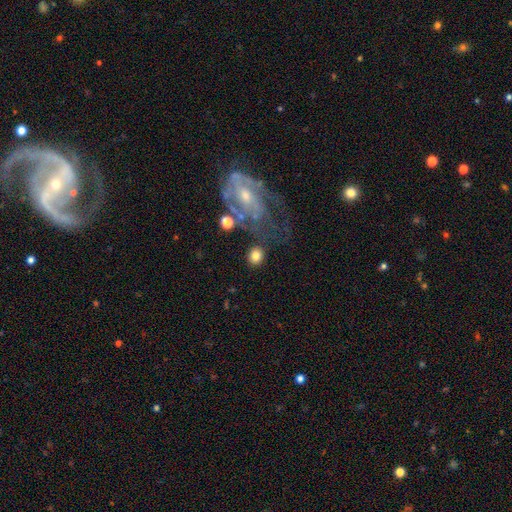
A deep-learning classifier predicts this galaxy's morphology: smooth 77%, featured or disk 14%, star or artifact 9%. Down the decision tree: how rounded — round (72%); merging — none (73%).